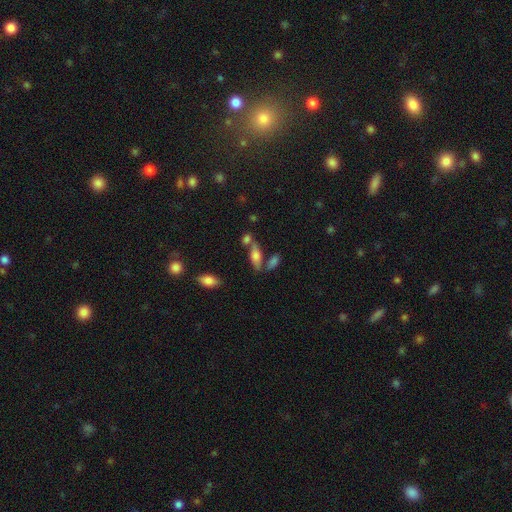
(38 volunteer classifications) smooth 79%, featured or disk 16%, star or artifact 5%. Down the decision tree: how rounded — in between (60%); merging — none (56%).